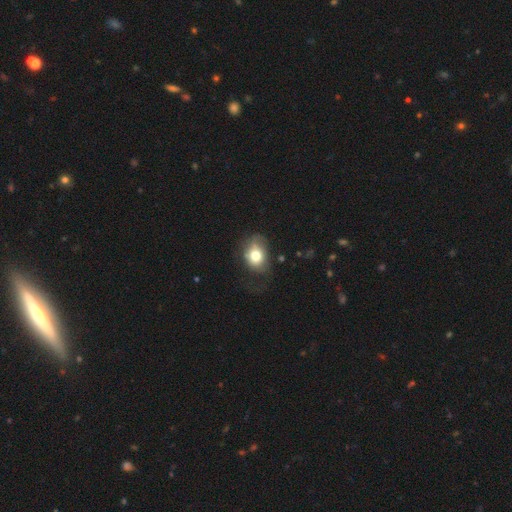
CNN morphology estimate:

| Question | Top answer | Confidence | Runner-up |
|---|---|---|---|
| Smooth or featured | smooth | 71% | featured or disk (19%) |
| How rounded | in between | 59% | round (40%) |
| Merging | none | 44% | minor disturbance (30%) |